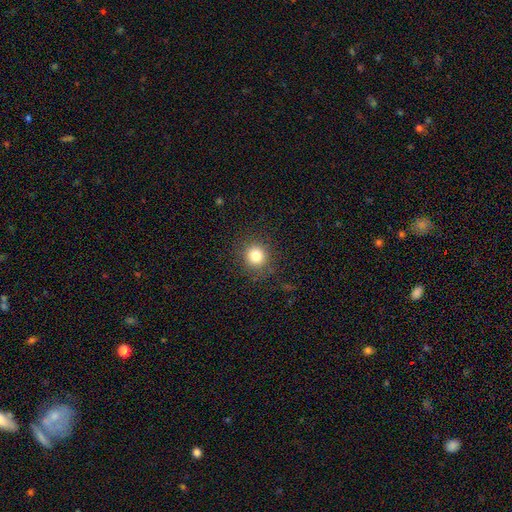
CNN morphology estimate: Q: Smooth or featured?
A: smooth (82%); runner-up: star or artifact (13%)
Q: How rounded?
A: round (91%); runner-up: in between (8%)
Q: Merging?
A: none (87%); runner-up: minor disturbance (8%)